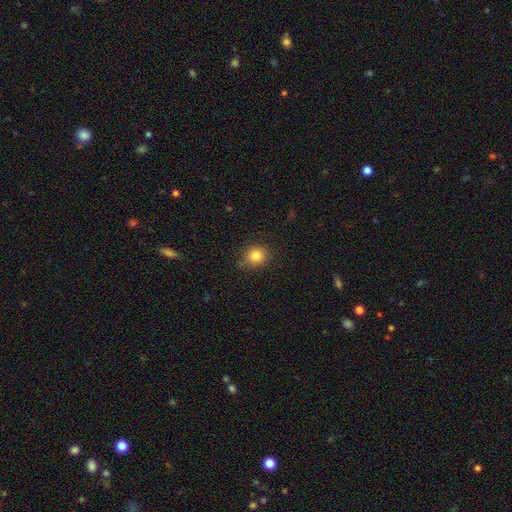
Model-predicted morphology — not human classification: This is clearly a smooth galaxy (84%). How rounded: clearly round (81%). Merging: clearly none (80%).